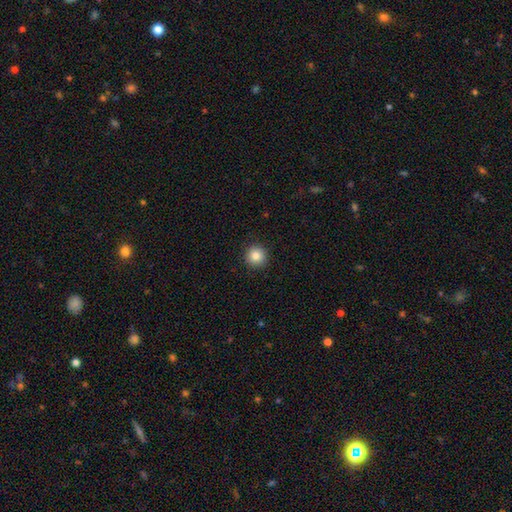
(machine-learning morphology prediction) Smooth or featured?
  - smooth: 84% *
  - star or artifact: 10%
  - featured or disk: 5%
How rounded?
  - round: 95% *
  - in between: 4%
  - cigar-shaped: 1%
Merging?
  - none: 92% *
  - minor disturbance: 5%
  - major disturbance: 2%
  - merger: 1%